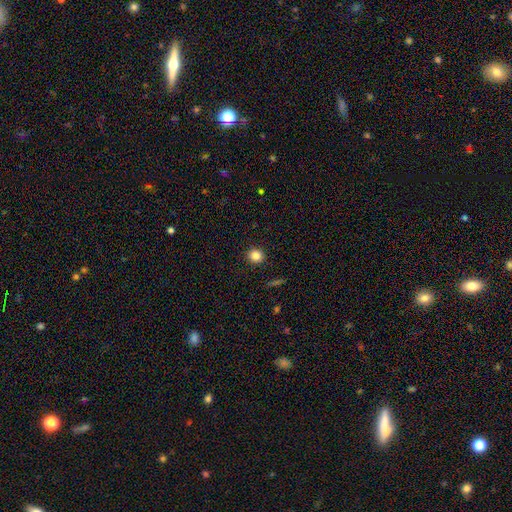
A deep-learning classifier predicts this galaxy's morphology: Smooth or featured? Predicted: smooth (p=0.84). How rounded? Predicted: round (p=0.88). Merging? Predicted: none (p=0.92).